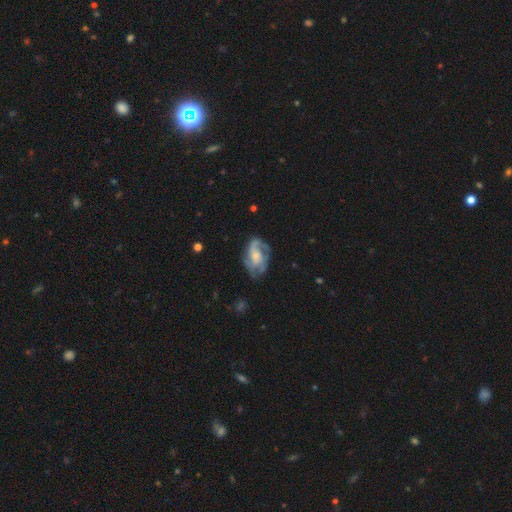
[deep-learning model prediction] Morphology: type=featured or disk (75%); edge-on=no (97%); bar=no (63%); spiral arms=yes (87%); winding=medium (45%); arm count=2 (42%); bulge=moderate (38%); merging=none (58%).